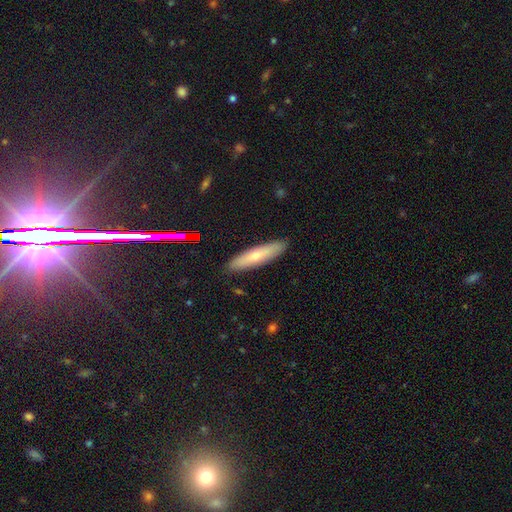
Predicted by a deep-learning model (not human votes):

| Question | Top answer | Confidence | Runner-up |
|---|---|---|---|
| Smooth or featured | smooth | 64% | featured or disk (29%) |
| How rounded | cigar-shaped | 78% | in between (20%) |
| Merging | none | 89% | minor disturbance (8%) |